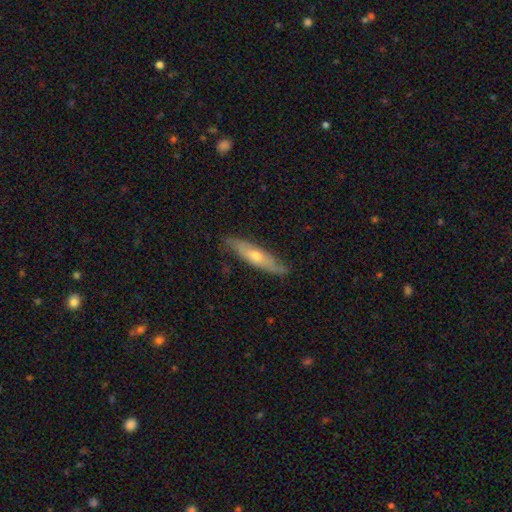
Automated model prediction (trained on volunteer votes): featured or disk 54%, smooth 40%, star or artifact 6%. Down the decision tree: edge-on disk — yes (63%); merging — none (80%).